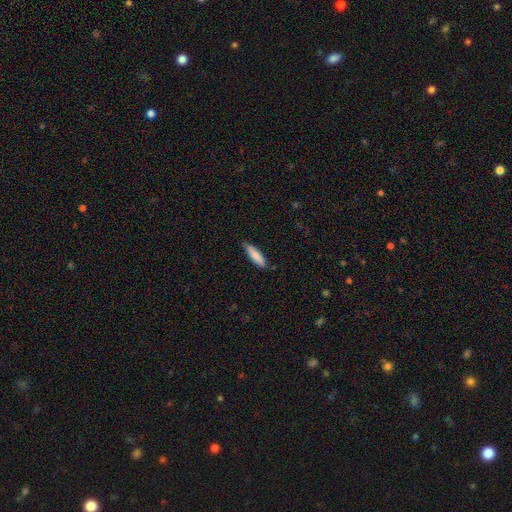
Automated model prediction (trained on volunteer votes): This appears to be a smooth galaxy with no disk features (83%) that is cigar-shaped (69%). Merging: none (84%).